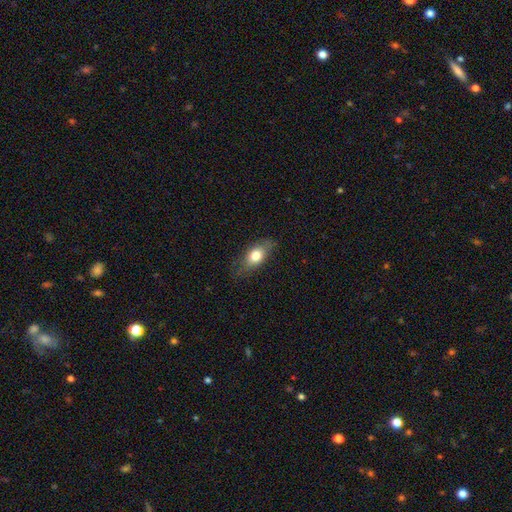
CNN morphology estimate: smooth 71%, featured or disk 21%, star or artifact 7%. Down the decision tree: how rounded — in between (80%); merging — none (71%).